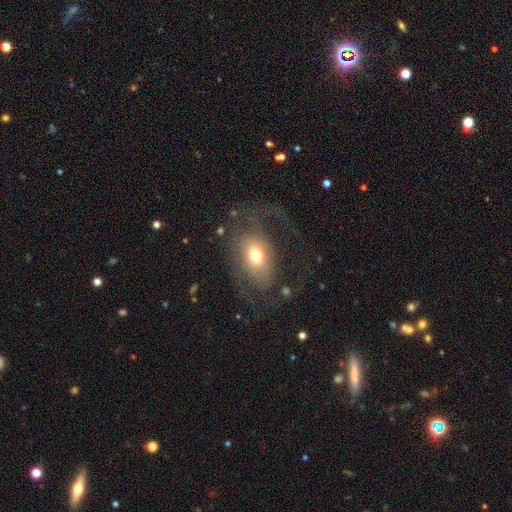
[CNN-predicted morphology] This is possibly a smooth galaxy (50%). Merging: marginally major disturbance (40%, tied with none).